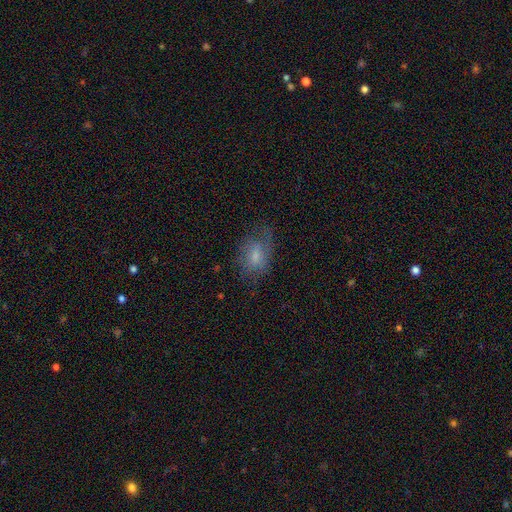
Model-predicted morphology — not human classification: smooth-or-featured: smooth: 59% | featured or disk: 31% | star or artifact: 10%
  how-rounded: in between: 81% | round: 17% | cigar-shaped: 3%
  merging: none: 55% | minor disturbance: 25% | major disturbance: 19% | merger: 2%